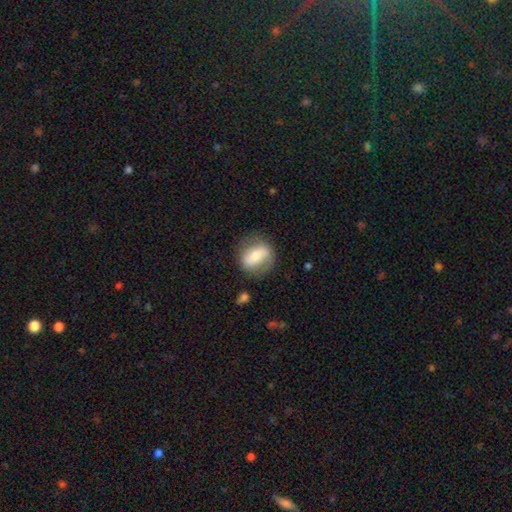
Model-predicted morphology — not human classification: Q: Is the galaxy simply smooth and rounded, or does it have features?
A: featured or disk — 47%.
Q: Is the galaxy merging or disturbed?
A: none — 75%.